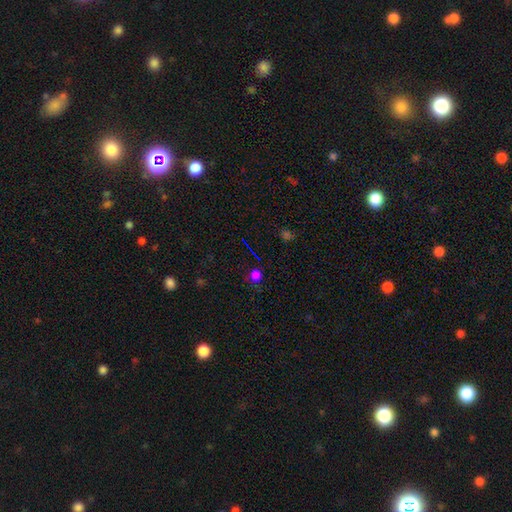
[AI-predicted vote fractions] Overall: smooth (51%; star or artifact 42%). How rounded: round (86%). Merging: none (82%).